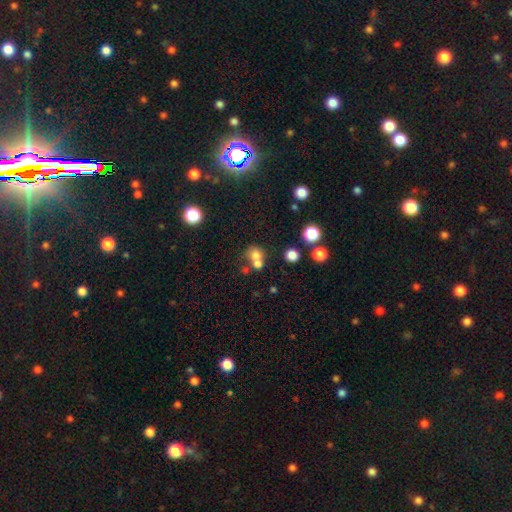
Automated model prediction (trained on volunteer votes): Q: Smooth or featured?
A: smooth (71%); runner-up: star or artifact (16%)
Q: How rounded?
A: round (83%); runner-up: in between (16%)
Q: Merging?
A: merger (45%); runner-up: none (44%)